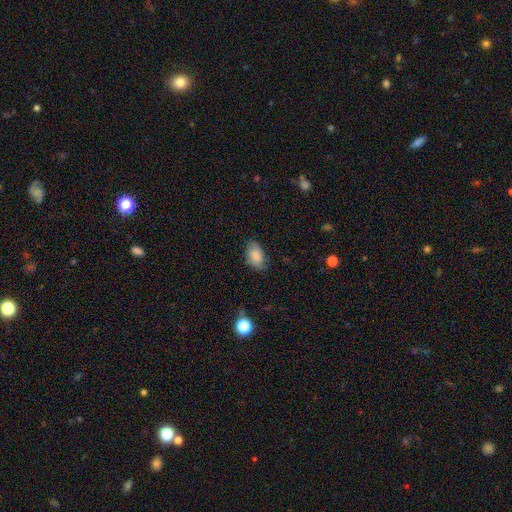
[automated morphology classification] smooth 82%, featured or disk 10%, star or artifact 8%. Down the decision tree: how rounded — in between (88%); merging — none (73%).